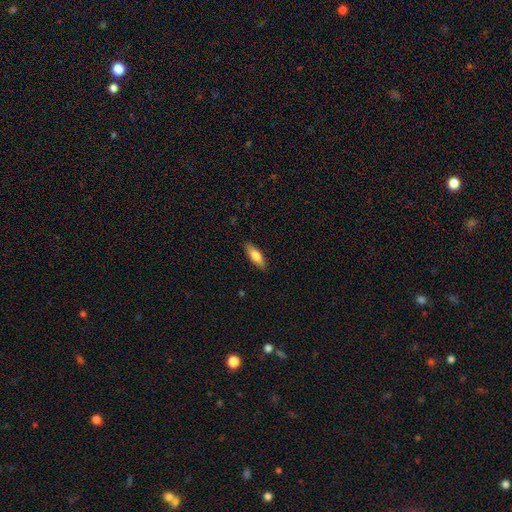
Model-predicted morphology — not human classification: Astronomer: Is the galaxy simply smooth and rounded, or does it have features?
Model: smooth — 77%.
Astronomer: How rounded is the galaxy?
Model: in between — 61% (runner-up: cigar-shaped, 37%).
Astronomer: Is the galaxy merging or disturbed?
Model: none — 88%.